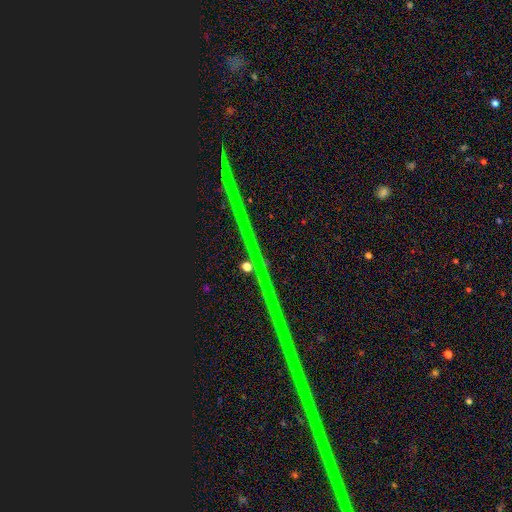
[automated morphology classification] Overall: star or artifact (90%).